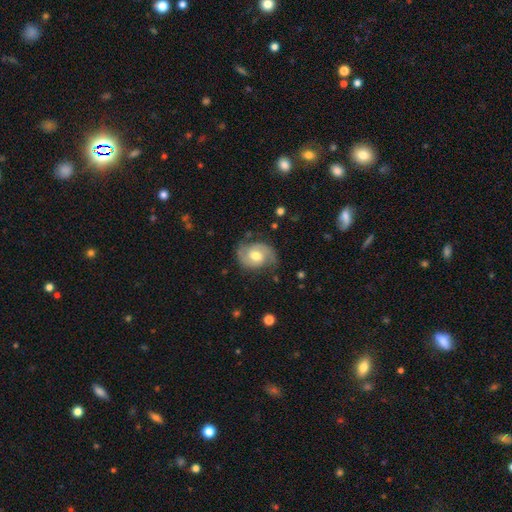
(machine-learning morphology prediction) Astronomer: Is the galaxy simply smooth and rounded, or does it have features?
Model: featured or disk — 74%.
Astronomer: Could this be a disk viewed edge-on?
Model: no — 97%.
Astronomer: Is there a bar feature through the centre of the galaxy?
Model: no — 52% (runner-up: weak, 40%).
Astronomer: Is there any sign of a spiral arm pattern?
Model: yes — 91%.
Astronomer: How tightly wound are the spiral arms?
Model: medium — 49% (runner-up: tight, 31%).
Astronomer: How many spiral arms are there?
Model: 2 — 87%.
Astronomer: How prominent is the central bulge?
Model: moderate — 73%.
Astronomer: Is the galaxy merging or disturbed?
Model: none — 72%.